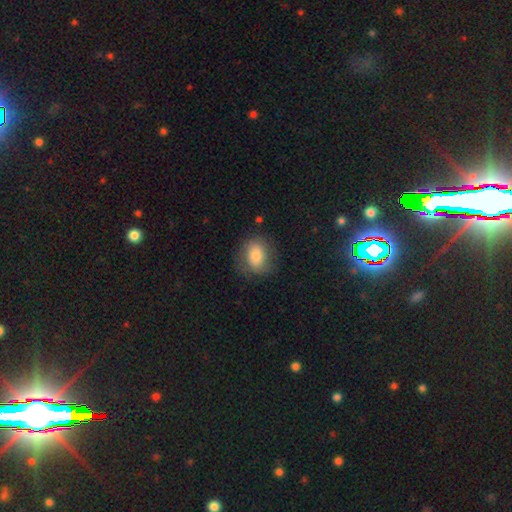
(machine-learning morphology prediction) Smooth or featured? Predicted: smooth (p=0.79). How rounded? Predicted: in between (p=0.59). Merging? Predicted: none (p=0.72).